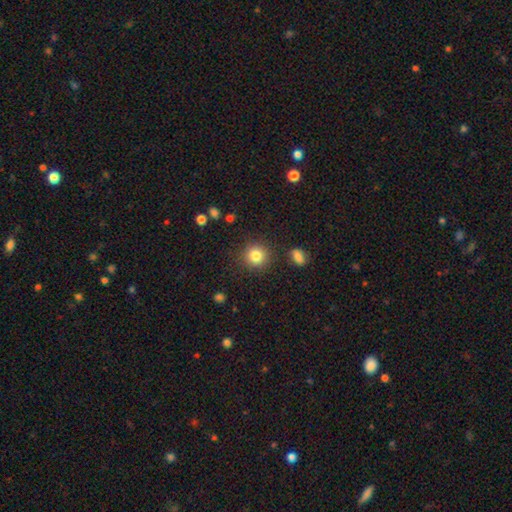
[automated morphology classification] smooth 83%, star or artifact 10%, featured or disk 6%. Down the decision tree: how rounded — round (90%); merging — none (87%).